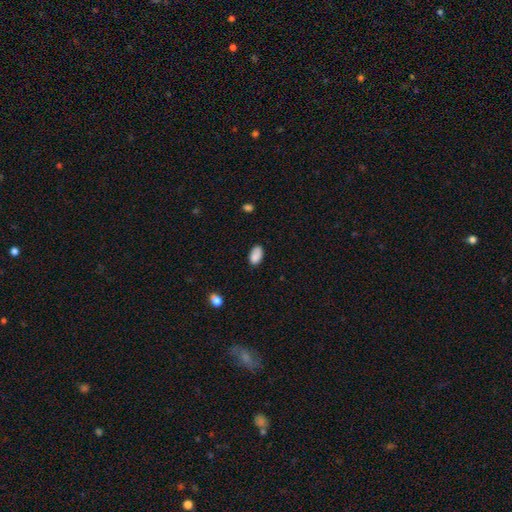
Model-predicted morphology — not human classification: smooth-or-featured: smooth: 88% | star or artifact: 8% | featured or disk: 4%
  how-rounded: in between: 94% | round: 5% | cigar-shaped: 2%
  merging: none: 77% | minor disturbance: 18% | major disturbance: 3% | merger: 2%